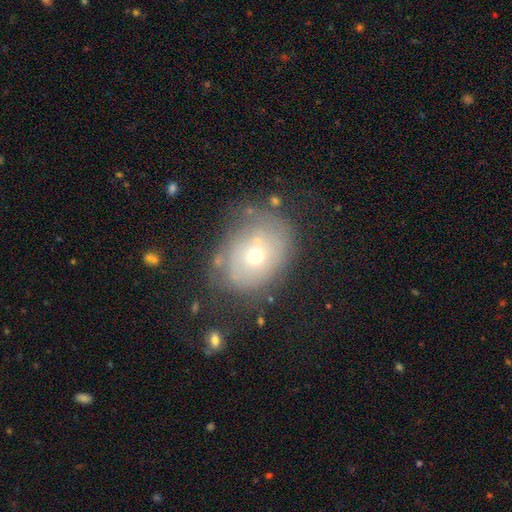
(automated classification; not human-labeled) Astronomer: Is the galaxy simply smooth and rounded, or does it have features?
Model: smooth — 54% (runner-up: featured or disk, 33%).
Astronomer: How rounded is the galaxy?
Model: in between — 56% (runner-up: round, 43%).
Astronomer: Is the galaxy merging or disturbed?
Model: none — 62%.